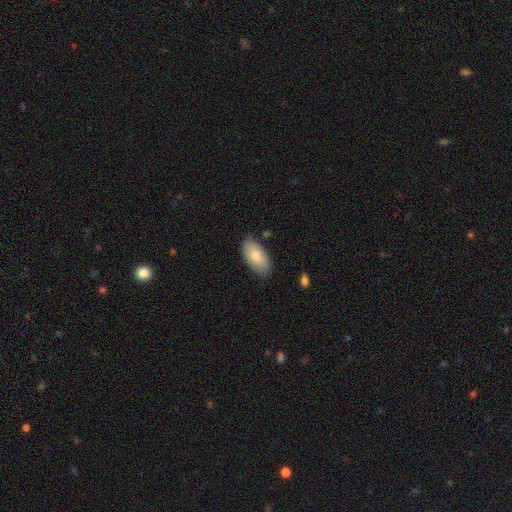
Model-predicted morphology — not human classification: Overall: smooth (82%). How rounded: in between (95%). Merging: none (81%).